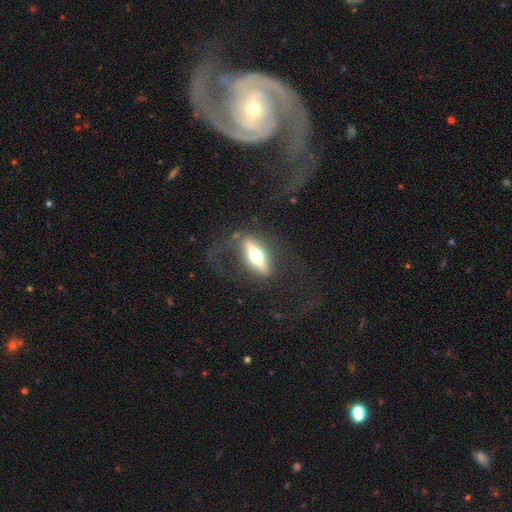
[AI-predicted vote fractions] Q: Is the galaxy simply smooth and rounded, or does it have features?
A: featured or disk — 67%.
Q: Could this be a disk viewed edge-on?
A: yes — 82%.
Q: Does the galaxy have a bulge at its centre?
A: rounded — 94%.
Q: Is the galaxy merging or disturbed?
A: none — 63%.